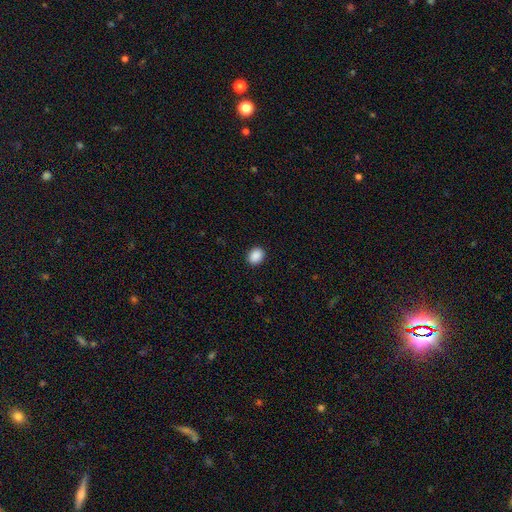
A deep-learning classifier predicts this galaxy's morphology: Overall: smooth (89%). How rounded: in between (52%; round 47%). Merging: none (91%).